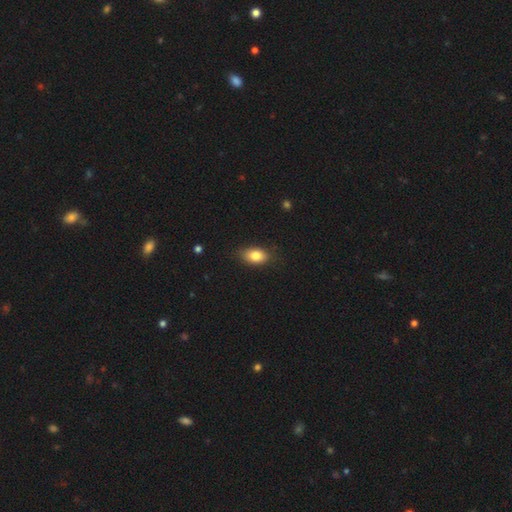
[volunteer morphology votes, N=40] A smooth galaxy with no disk features (82%) that is in between round and cigar-shaped (88%). Merging: none (90%).